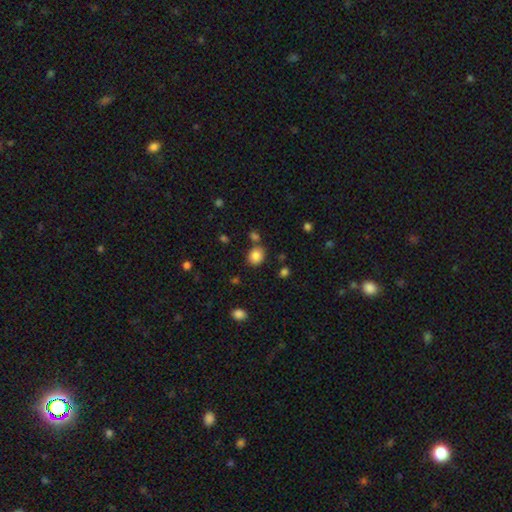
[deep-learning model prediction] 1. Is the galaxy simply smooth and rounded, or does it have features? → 85% smooth, 10% star or artifact, 5% featured or disk.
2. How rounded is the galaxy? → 59% round, 40% in between, 1% cigar-shaped.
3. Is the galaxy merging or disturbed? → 75% none, 11% minor disturbance, 10% merger, 4% major disturbance.